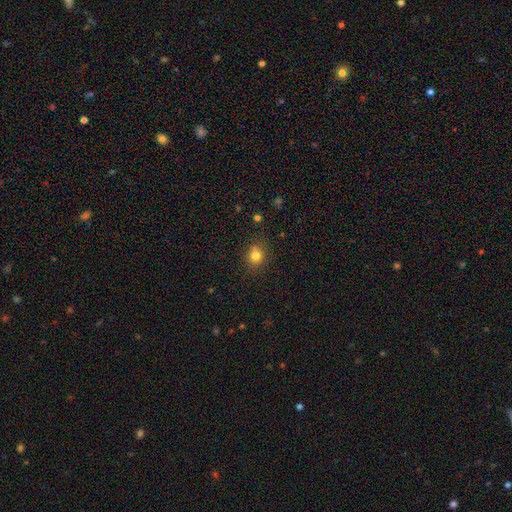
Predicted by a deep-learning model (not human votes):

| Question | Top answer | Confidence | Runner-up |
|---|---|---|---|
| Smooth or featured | smooth | 80% | star or artifact (13%) |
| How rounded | round | 73% | in between (26%) |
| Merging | none | 83% | minor disturbance (11%) |